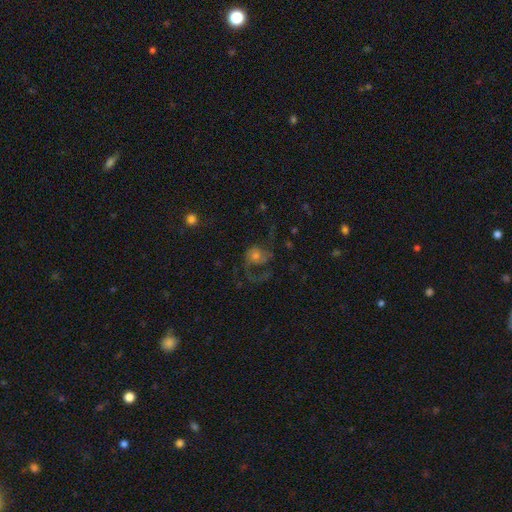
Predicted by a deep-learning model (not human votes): This is likely a featured or disk galaxy (64%). It is clearly not viewed edge-on (97%). Bar: likely no (77%). Spiral arm pattern: clearly yes (84%). Spiral arm count: possibly 2 (51%). Spiral winding: possibly loose (50%). Central bulge: marginally small (45%). Merging: marginally none (41%, tied with major disturbance).